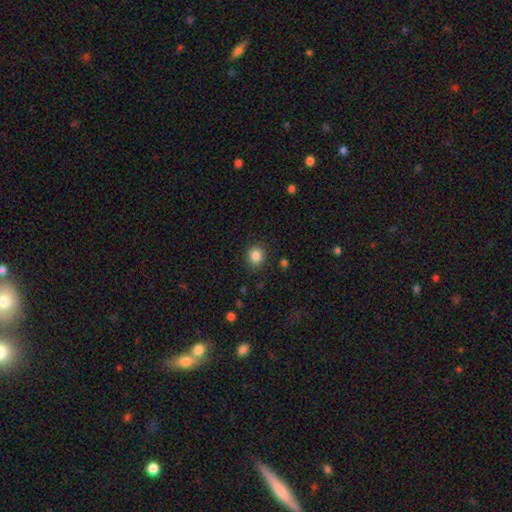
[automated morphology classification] A smooth galaxy with no disk features (85%) that is round (82%). Merging: none (89%).